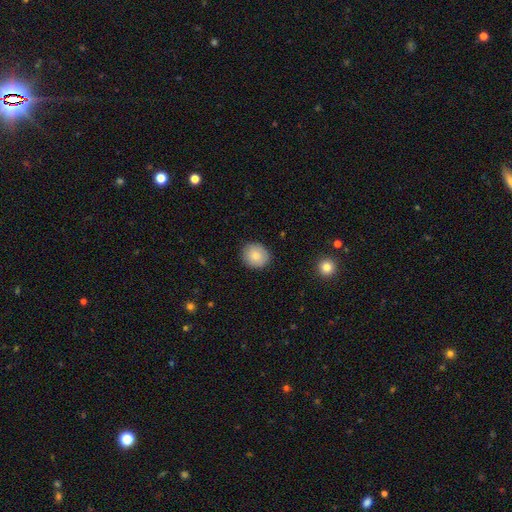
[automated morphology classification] This is clearly a smooth galaxy (84%). How rounded: clearly round (80%). Merging: clearly none (88%).